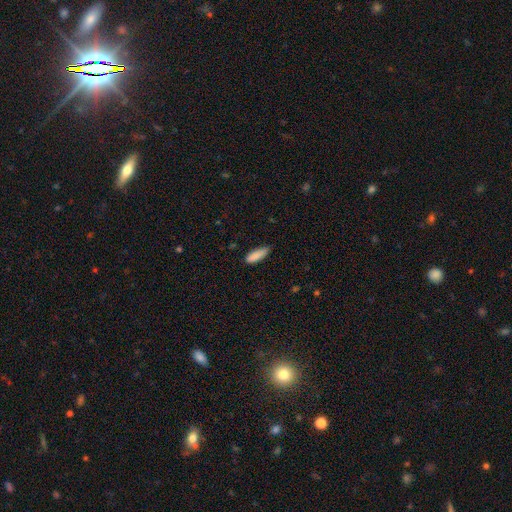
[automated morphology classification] Q: Smooth or featured?
A: smooth (88%); runner-up: star or artifact (7%)
Q: How rounded?
A: in between (54%); runner-up: cigar-shaped (45%)
Q: Merging?
A: none (76%); runner-up: minor disturbance (20%)